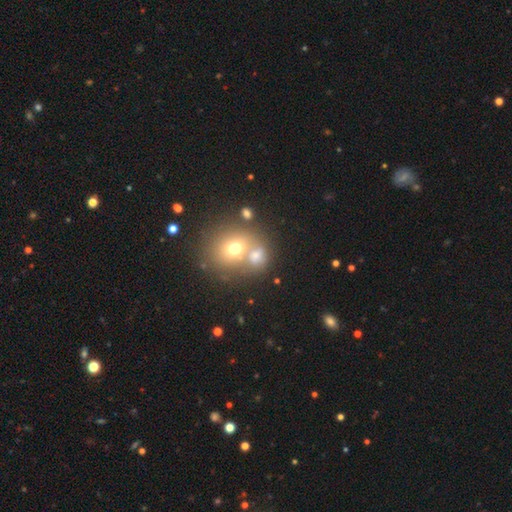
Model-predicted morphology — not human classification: Q: Smooth or featured?
A: smooth (66%); runner-up: featured or disk (18%)
Q: How rounded?
A: round (69%); runner-up: in between (30%)
Q: Merging?
A: merger (49%); runner-up: none (37%)